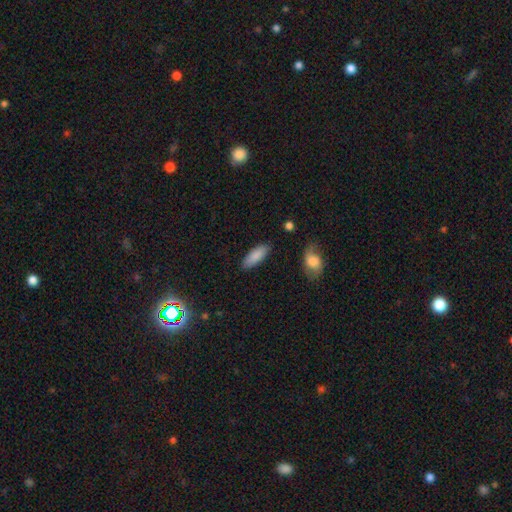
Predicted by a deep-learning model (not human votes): Smooth or featured? smooth (87%)
How rounded? in between (70%)
Merging? none (86%)